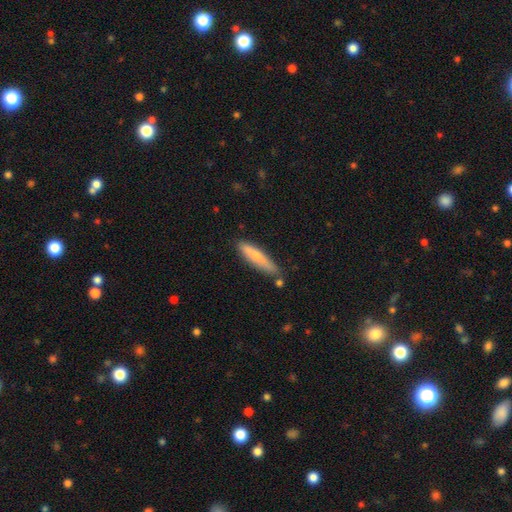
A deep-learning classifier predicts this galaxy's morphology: This is likely a smooth galaxy (68%). How rounded: clearly cigar-shaped (85%). Merging: likely none (76%).